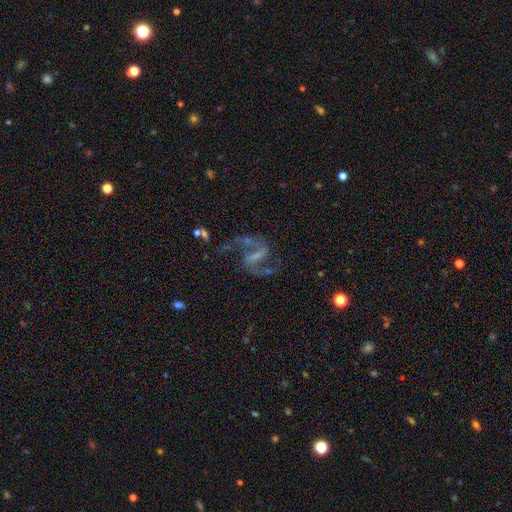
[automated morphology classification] Smooth or featured?
  - featured or disk: 86% *
  - star or artifact: 8%
  - smooth: 6%
Edge-on disk?
  - no: 97% *
  - yes: 3%
Bar?
  - strong: 56% *
  - weak: 33%
  - no: 11%
Spiral arms?
  - yes: 95% *
  - no: 5%
Spiral winding?
  - loose: 50% *
  - medium: 42%
  - tight: 7%
Spiral arm count?
  - 2: 93% *
  - 1: 2%
  - can't tell: 2%
  - 3: 1%
  - 4: 1%
  - more than 4: 1%
Bulge size?
  - none: 51% *
  - small: 29%
  - moderate: 15%
  - large: 3%
  - dominant: 1%
Merging?
  - none: 64% *
  - major disturbance: 16%
  - minor disturbance: 14%
  - merger: 6%